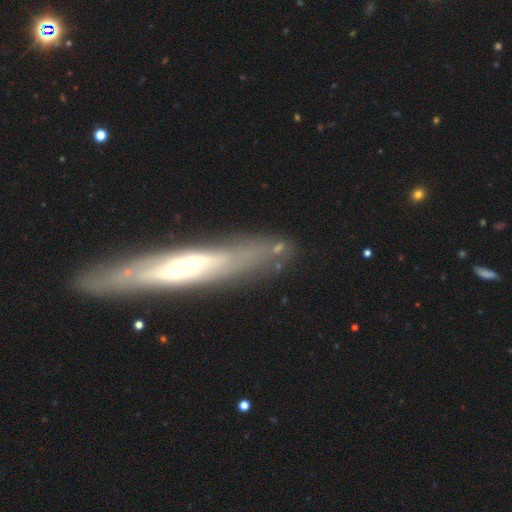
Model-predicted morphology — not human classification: Q: Smooth or featured?
A: featured or disk (74%); runner-up: smooth (19%)
Q: Edge-on disk?
A: yes (70%); runner-up: no (30%)
Q: Edge-on bulge?
A: rounded (55%); runner-up: none (37%)
Q: Merging?
A: none (83%); runner-up: minor disturbance (11%)